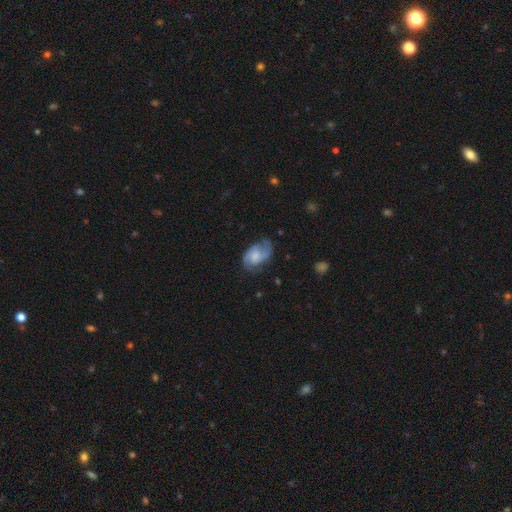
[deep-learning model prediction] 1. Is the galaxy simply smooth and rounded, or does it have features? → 67% featured or disk, 26% smooth, 7% star or artifact.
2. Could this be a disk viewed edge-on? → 97% no, 3% yes.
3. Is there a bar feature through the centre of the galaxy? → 60% no, 34% weak, 6% strong.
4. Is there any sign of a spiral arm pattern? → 91% yes, 9% no.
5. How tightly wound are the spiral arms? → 47% medium, 32% loose, 22% tight.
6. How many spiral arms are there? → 80% 2, 9% can't tell, 5% 1, 4% 3, 1% 4, 1% more than 4.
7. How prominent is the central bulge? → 31% moderate, 25% none, 25% small, 17% large, 2% dominant.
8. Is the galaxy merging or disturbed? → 59% none, 25% minor disturbance, 14% major disturbance, 2% merger.